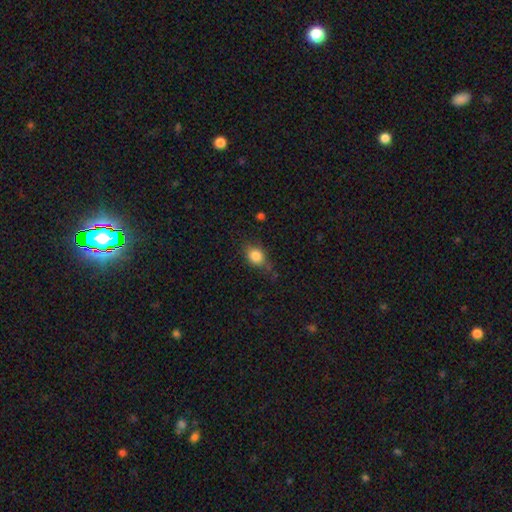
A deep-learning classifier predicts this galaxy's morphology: This is clearly a smooth galaxy (80%). How rounded: possibly round (50%). Merging: likely none (63%).